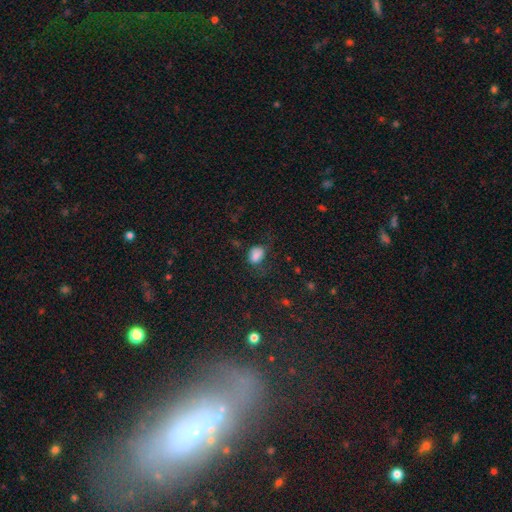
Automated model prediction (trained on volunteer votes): Q: Smooth or featured?
A: smooth (81%); runner-up: star or artifact (12%)
Q: How rounded?
A: in between (72%); runner-up: round (27%)
Q: Merging?
A: none (53%); runner-up: minor disturbance (28%)